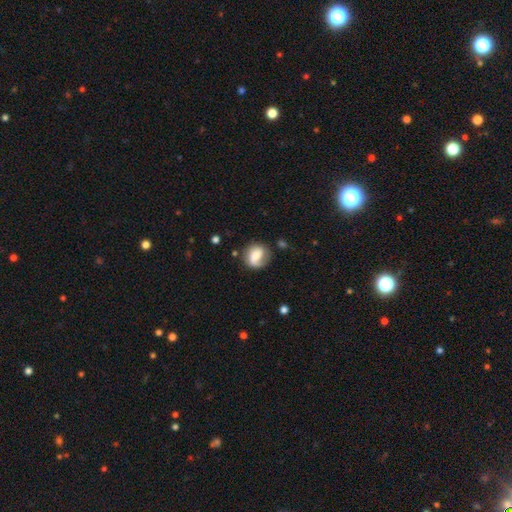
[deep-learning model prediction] This appears to be a smooth galaxy with no disk features (54%) that is round (75%). Merging: none (65%).